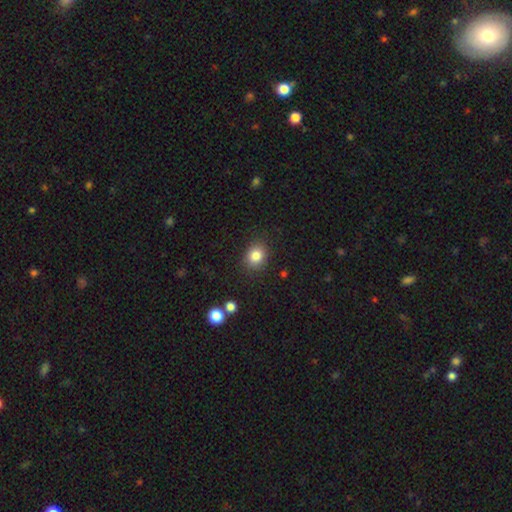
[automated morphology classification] type=smooth (83%); roundness=round (62%); merging=none (85%).